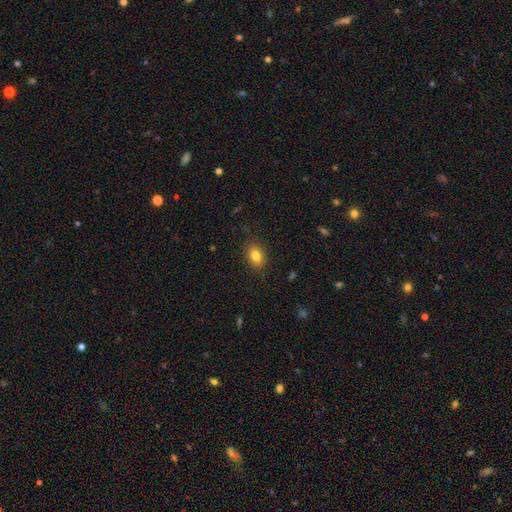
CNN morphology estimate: Smooth or featured: smooth — 83% (star or artifact — 9%)
How rounded: in between — 76% (round — 23%)
Merging: none — 86% (minor disturbance — 10%)